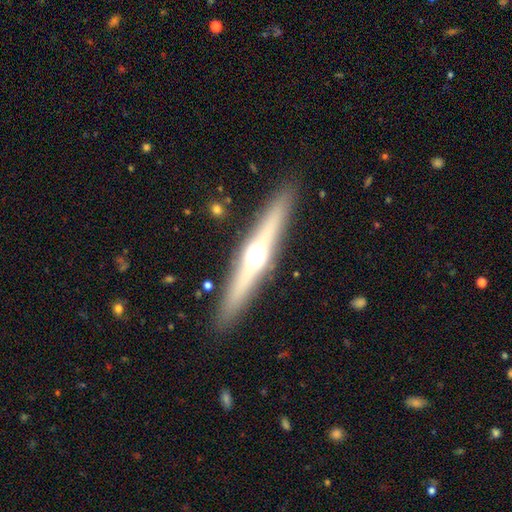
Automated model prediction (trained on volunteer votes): Morphology: type=featured or disk (62%); edge-on=yes (94%); edge-on bulge=rounded (91%); merging=none (89%).